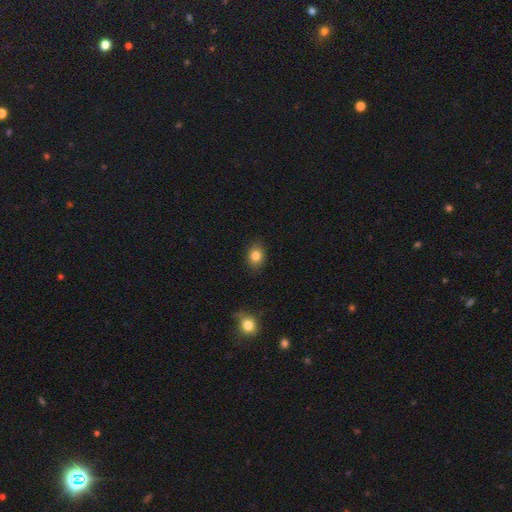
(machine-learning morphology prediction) The model was most divided on "how rounded": in between: 56%, round: 43%, cigar-shaped: 1%. More confident: merging — none (87%); smooth or featured — smooth (81%).